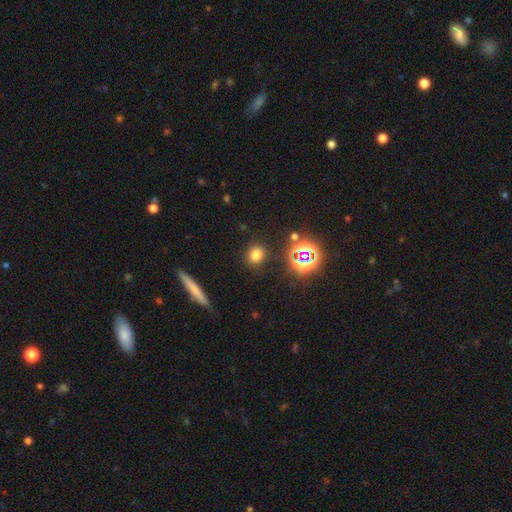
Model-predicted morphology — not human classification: smooth-or-featured: smooth: 73% | star or artifact: 20% | featured or disk: 7%
  how-rounded: round: 73% | in between: 25% | cigar-shaped: 2%
  merging: none: 87% | minor disturbance: 7% | major disturbance: 3% | merger: 3%